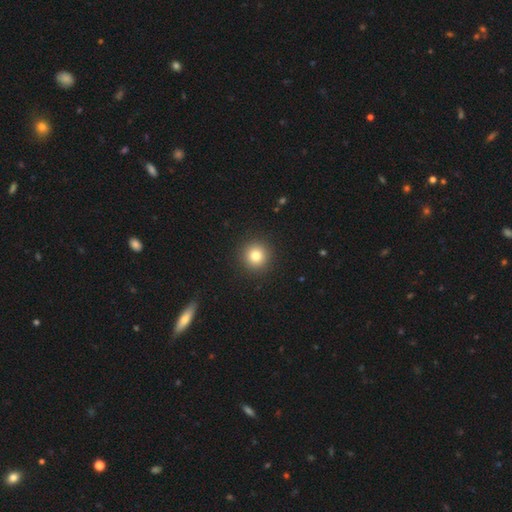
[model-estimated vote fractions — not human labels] smooth_or_featured: smooth (p=0.81) [alt: star or artifact p=0.11]
how_rounded: round (p=0.95) [alt: in between p=0.04]
merging: none (p=0.92) [alt: minor disturbance p=0.05]